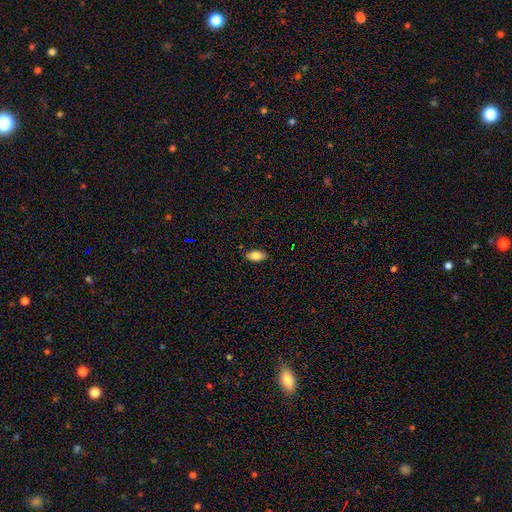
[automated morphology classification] This appears to be a smooth galaxy with no disk features (83%) that is in between round and cigar-shaped (91%). Merging: none (85%).